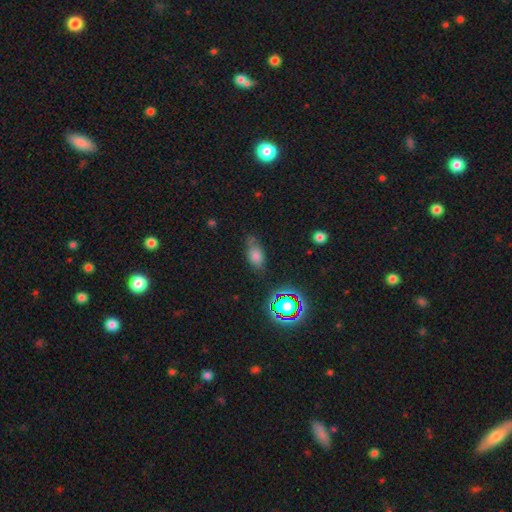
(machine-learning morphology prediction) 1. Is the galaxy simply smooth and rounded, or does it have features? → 69% smooth, 18% star or artifact, 13% featured or disk.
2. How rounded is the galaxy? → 81% in between, 13% round, 6% cigar-shaped.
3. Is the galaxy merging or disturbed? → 58% none, 29% minor disturbance, 10% major disturbance, 4% merger.